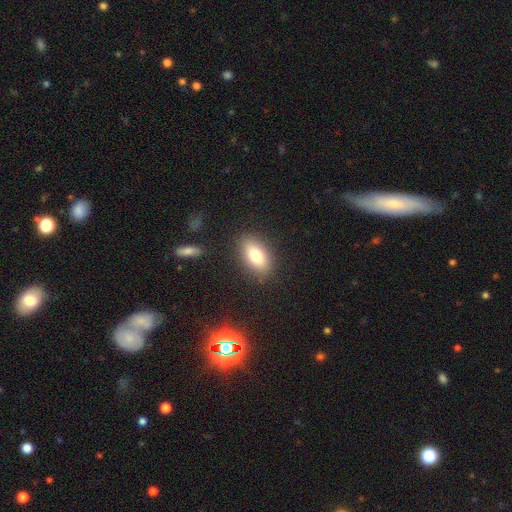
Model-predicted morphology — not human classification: The model was most divided on "smooth or featured": smooth: 77%, featured or disk: 15%, star or artifact: 9%. More confident: how rounded — in between (88%); merging — none (86%).